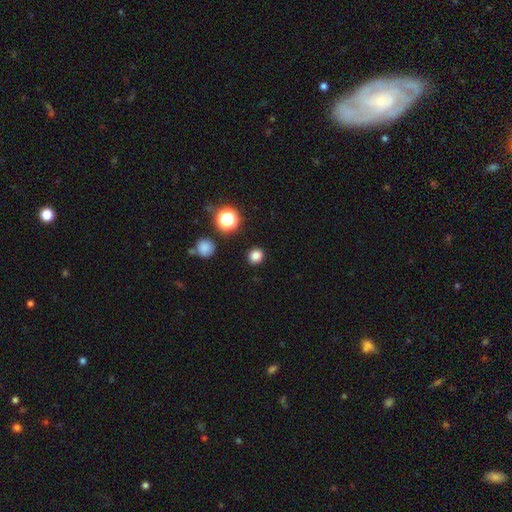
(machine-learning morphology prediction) Overall: smooth (81%). How rounded: round (76%). Merging: none (89%).